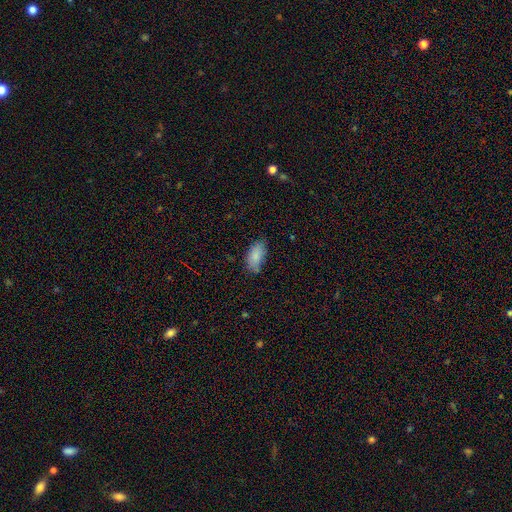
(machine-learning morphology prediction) Smooth or featured? Predicted: smooth (p=0.85). How rounded? Predicted: in between (p=0.92). Merging? Predicted: none (p=0.70).